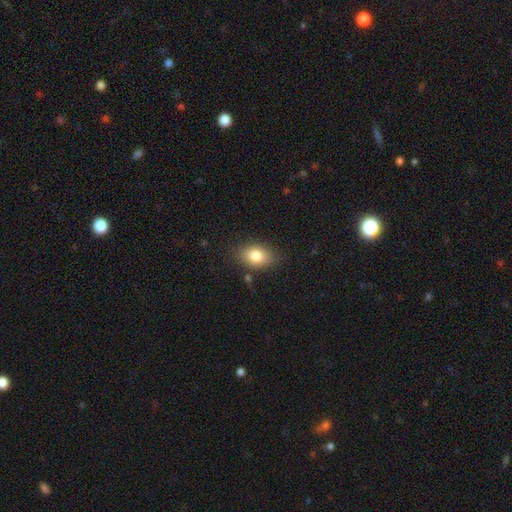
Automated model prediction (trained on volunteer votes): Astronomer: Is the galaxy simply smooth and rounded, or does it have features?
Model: smooth — 81%.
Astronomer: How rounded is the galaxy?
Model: in between — 78%.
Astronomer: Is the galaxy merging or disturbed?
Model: none — 82%.